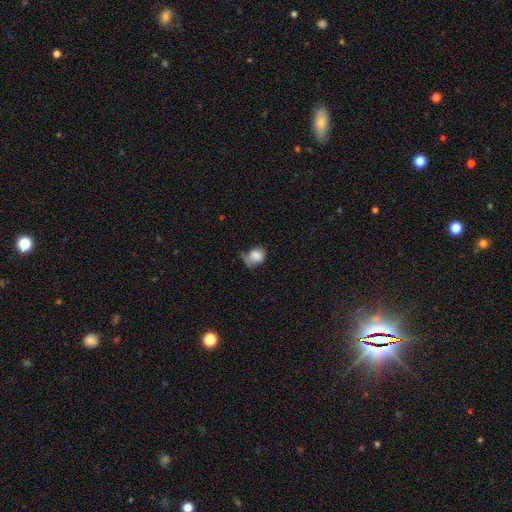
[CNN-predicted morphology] This appears to be a smooth galaxy with no disk features (76%) that is round (57%). Merging: none (36%).